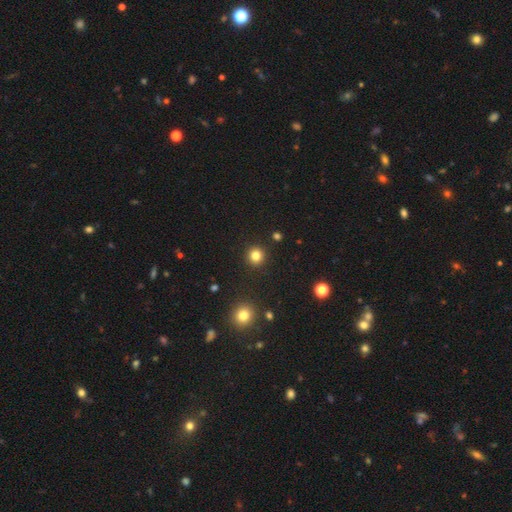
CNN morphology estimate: smooth-or-featured: smooth: 82% | star or artifact: 13% | featured or disk: 5%
  how-rounded: round: 93% | in between: 6% | cigar-shaped: 1%
  merging: none: 92% | minor disturbance: 5% | major disturbance: 2% | merger: 2%